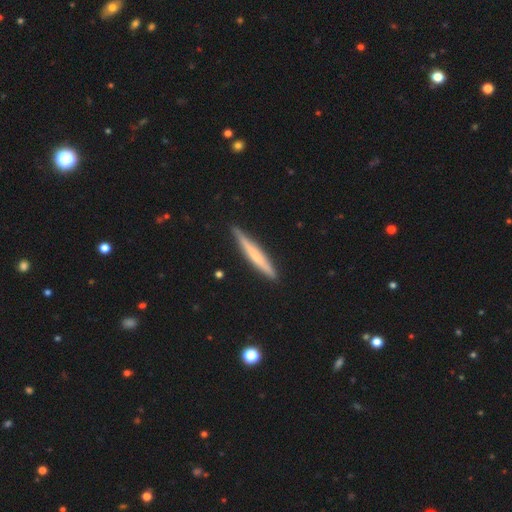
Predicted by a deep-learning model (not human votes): A smooth galaxy with no disk features (51%) that is cigar-shaped (96%).

Vote fractions:
- Smooth or featured? smooth: 51% / featured or disk: 43% / star or artifact: 5%
- How rounded? cigar-shaped: 96% / in between: 3% / round: 1%
- Merging? none: 88% / minor disturbance: 9% / major disturbance: 1% / merger: 1%